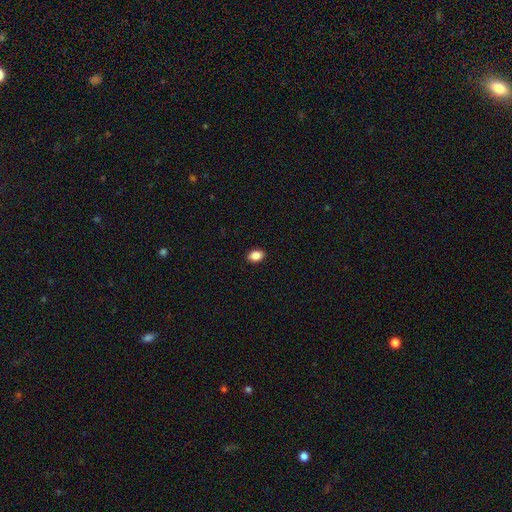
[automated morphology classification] A smooth galaxy with no disk features (87%) that is in between round and cigar-shaped (80%).

Vote fractions:
- Smooth or featured? smooth: 87% / star or artifact: 9% / featured or disk: 4%
- How rounded? in between: 80% / round: 19% / cigar-shaped: 1%
- Merging? none: 91% / minor disturbance: 7% / major disturbance: 2% / merger: 1%